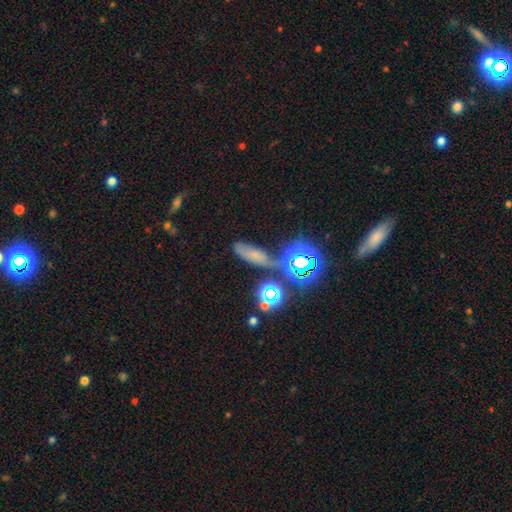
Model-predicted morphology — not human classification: A star or artifact, not a galaxy (44%).